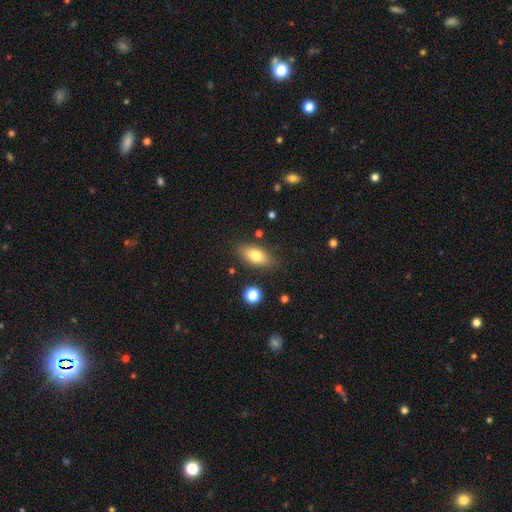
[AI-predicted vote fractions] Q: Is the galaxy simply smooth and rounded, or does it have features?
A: smooth — 77%.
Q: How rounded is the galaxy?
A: in between — 86%.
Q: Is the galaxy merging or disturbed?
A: none — 80%.